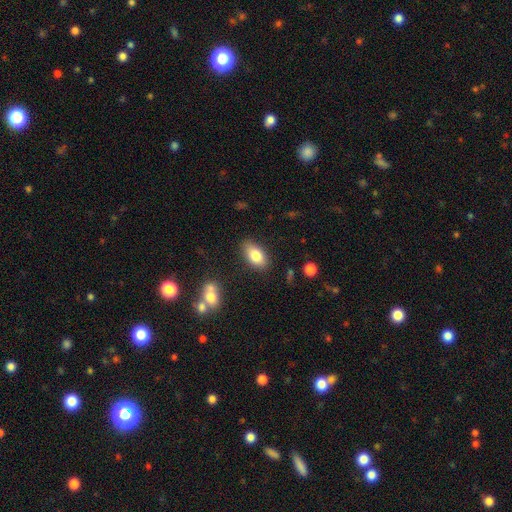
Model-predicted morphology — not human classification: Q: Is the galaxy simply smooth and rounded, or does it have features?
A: smooth — 82%.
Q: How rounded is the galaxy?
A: in between — 92%.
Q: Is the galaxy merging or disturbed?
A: none — 83%.